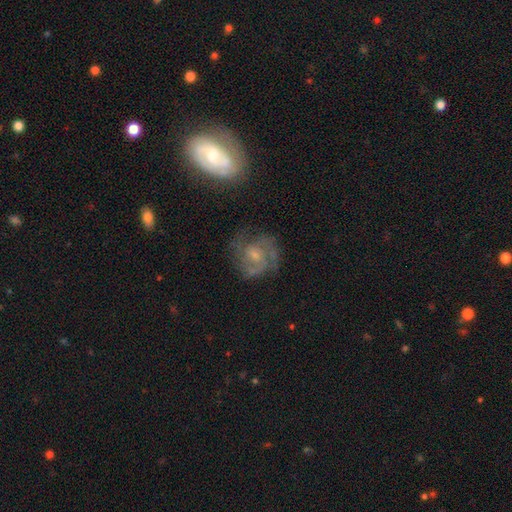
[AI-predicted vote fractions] Smooth or featured: featured or disk — 74% (smooth — 17%)
Edge-on disk: no — 98% (yes — 2%)
Bar: no — 62% (weak — 33%)
Spiral arms: yes — 89% (no — 11%)
Spiral winding: tight — 44% (tied with medium — 44%)
Spiral arm count: 2 — 41% (can't tell — 25%)
Bulge size: small — 52% (moderate — 35%)
Merging: none — 65% (minor disturbance — 19%)